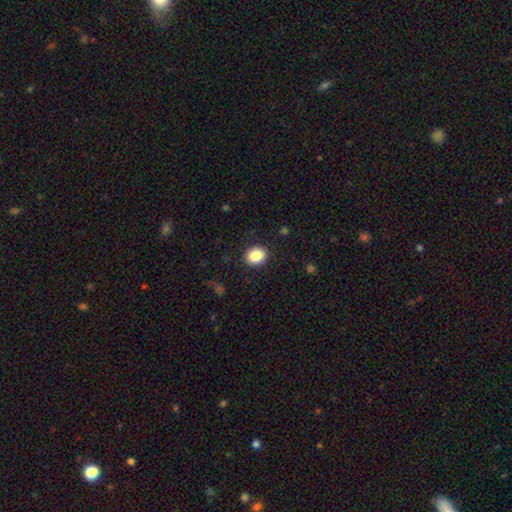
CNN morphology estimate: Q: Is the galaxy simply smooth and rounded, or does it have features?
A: smooth — 86%.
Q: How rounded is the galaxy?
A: round — 62%.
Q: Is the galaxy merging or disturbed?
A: none — 90%.